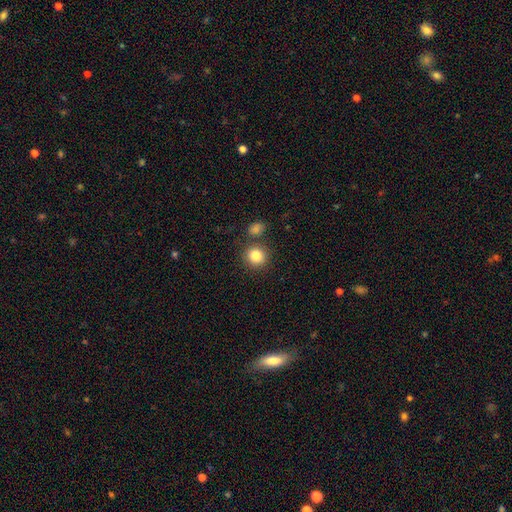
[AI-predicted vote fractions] Morphology: type=smooth (84%); roundness=round (87%); merging=none (79%).